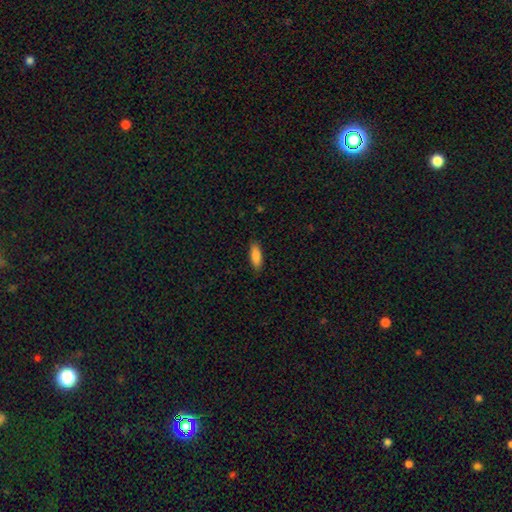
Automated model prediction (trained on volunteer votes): A smooth galaxy with no disk features (85%) that is in between round and cigar-shaped (66%). Merging: none (87%).